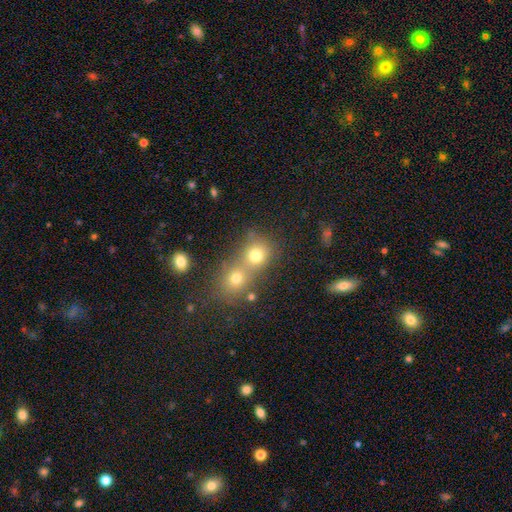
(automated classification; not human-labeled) smooth-or-featured: smooth: 73% | star or artifact: 16% | featured or disk: 11%
  how-rounded: round: 80% | in between: 19% | cigar-shaped: 1%
  merging: merger: 49% | none: 40% | minor disturbance: 7% | major disturbance: 3%